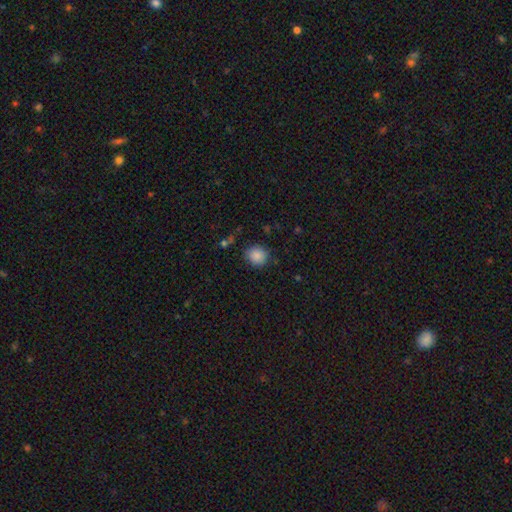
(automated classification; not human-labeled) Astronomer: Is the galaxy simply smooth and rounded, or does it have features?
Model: smooth — 87%.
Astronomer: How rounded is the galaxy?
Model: round — 83%.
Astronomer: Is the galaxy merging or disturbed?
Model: none — 84%.